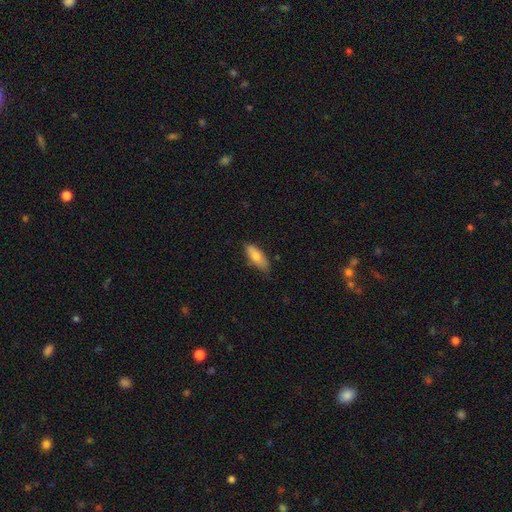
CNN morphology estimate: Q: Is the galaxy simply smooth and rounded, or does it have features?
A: smooth — 78%.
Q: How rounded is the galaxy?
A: in between — 71%.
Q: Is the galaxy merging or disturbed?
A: none — 78%.